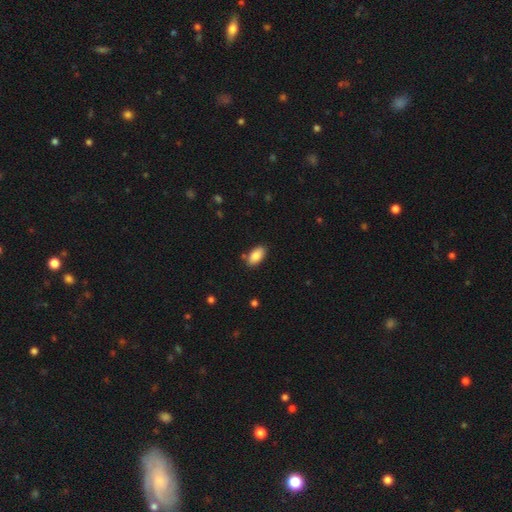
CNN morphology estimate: A smooth galaxy with no disk features (86%) that is in between round and cigar-shaped (93%).

Vote fractions:
- Smooth or featured? smooth: 86% / featured or disk: 7% / star or artifact: 7%
- How rounded? in between: 93% / cigar-shaped: 5% / round: 3%
- Merging? none: 82% / minor disturbance: 12% / merger: 3% / major disturbance: 2%